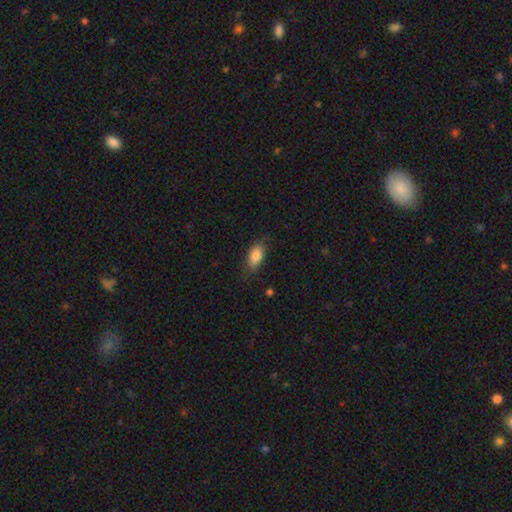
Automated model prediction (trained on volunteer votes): This is clearly a smooth galaxy (84%). How rounded: clearly in between (89%). Merging: likely none (76%).